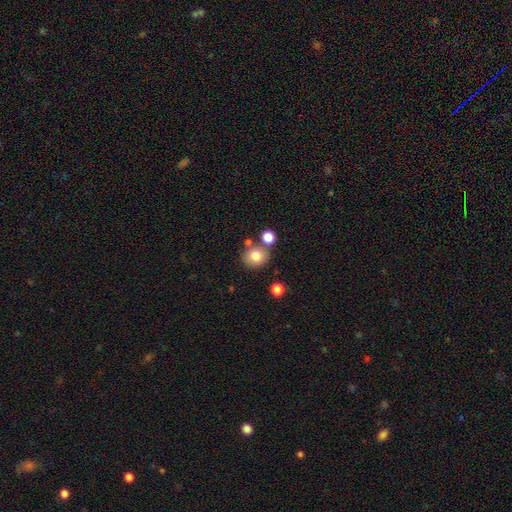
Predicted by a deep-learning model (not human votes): smooth_or_featured: smooth (p=0.80) [alt: star or artifact p=0.11]
how_rounded: round (p=0.77) [alt: in between p=0.22]
merging: none (p=0.71) [alt: merger p=0.15]